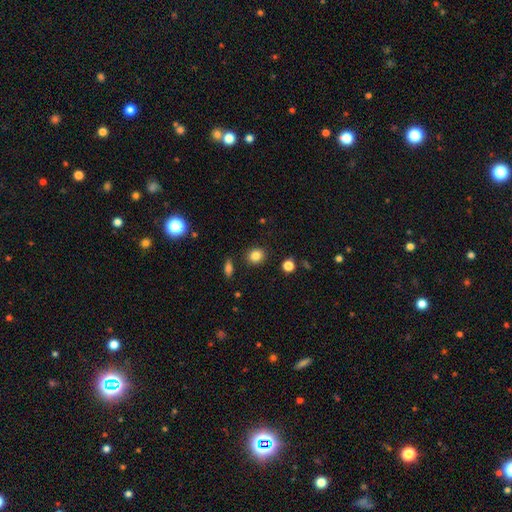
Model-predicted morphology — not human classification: Smooth or featured: smooth — 83% (star or artifact — 11%)
How rounded: round — 74% (in between — 25%)
Merging: none — 88% (minor disturbance — 8%)